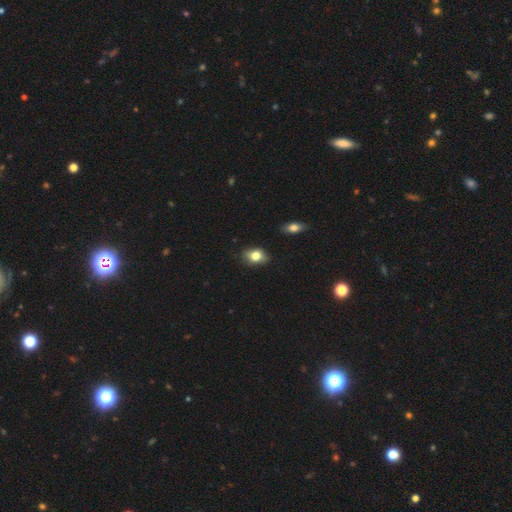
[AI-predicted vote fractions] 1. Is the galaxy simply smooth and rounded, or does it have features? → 77% smooth, 13% featured or disk, 9% star or artifact.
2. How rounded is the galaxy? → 69% in between, 29% round, 2% cigar-shaped.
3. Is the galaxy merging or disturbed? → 80% none, 15% minor disturbance, 3% major disturbance, 2% merger.